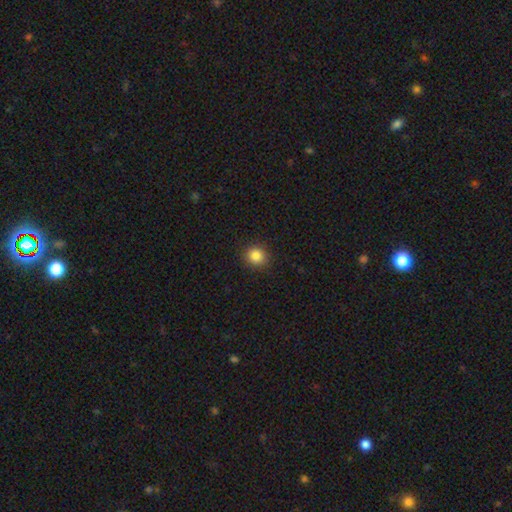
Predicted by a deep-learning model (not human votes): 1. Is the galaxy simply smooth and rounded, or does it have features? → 85% smooth, 11% star or artifact, 4% featured or disk.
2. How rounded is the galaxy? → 87% round, 12% in between, 1% cigar-shaped.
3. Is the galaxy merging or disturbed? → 91% none, 6% minor disturbance, 2% major disturbance, 1% merger.